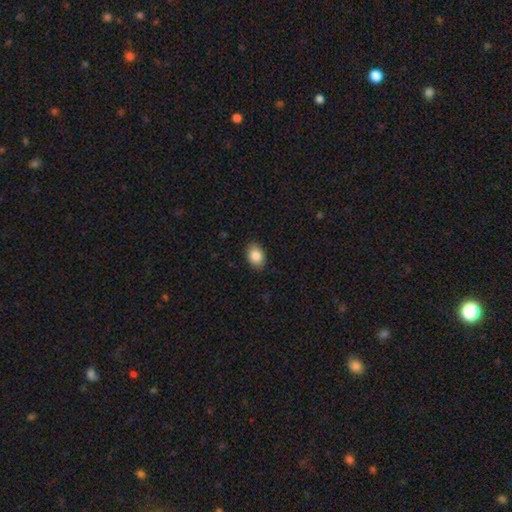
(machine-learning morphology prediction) smooth 86%, star or artifact 7%, featured or disk 6%. Down the decision tree: how rounded — in between (80%); merging — none (87%).